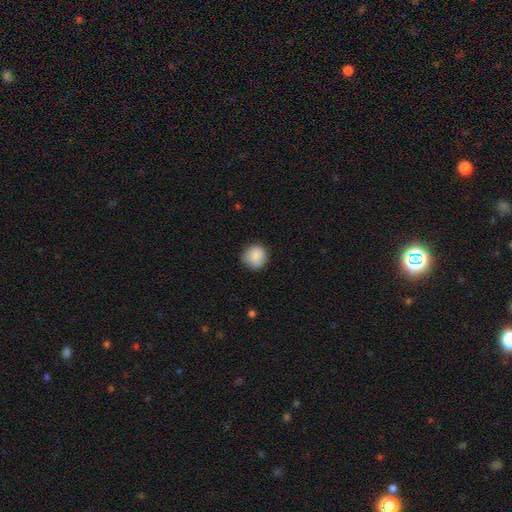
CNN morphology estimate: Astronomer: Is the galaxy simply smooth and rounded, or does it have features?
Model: smooth — 87%.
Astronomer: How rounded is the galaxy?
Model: round — 90%.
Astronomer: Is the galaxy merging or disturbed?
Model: none — 82%.